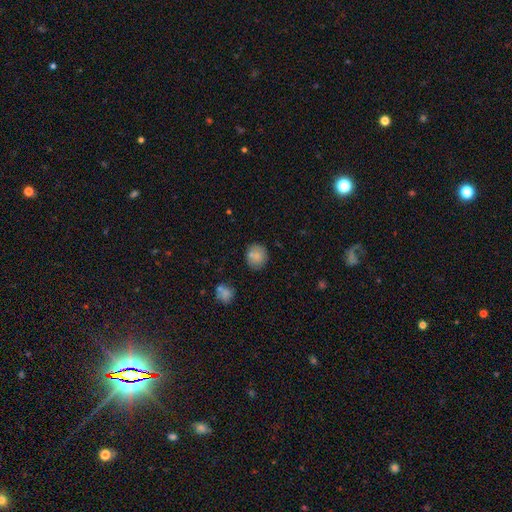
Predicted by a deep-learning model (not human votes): A smooth galaxy with no disk features (80%) that is round (78%). Merging: none (74%).